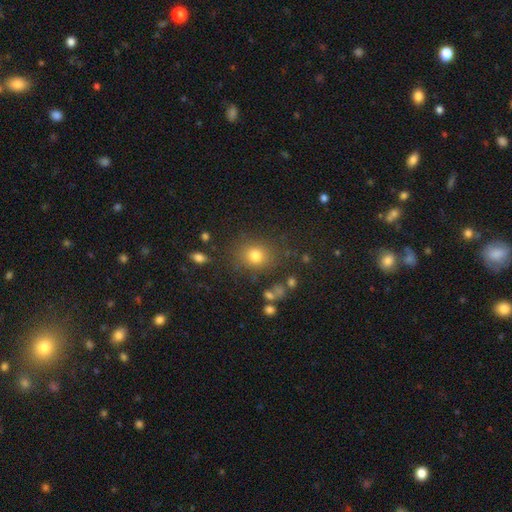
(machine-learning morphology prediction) Smooth or featured: smooth — 77% (star or artifact — 15%)
How rounded: round — 72% (in between — 27%)
Merging: none — 80% (minor disturbance — 11%)